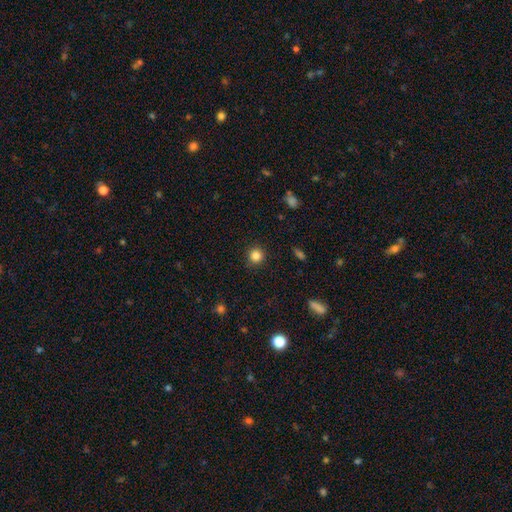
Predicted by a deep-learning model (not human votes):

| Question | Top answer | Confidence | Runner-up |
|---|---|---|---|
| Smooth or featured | smooth | 84% | star or artifact (12%) |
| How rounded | round | 94% | in between (5%) |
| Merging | none | 90% | minor disturbance (6%) |